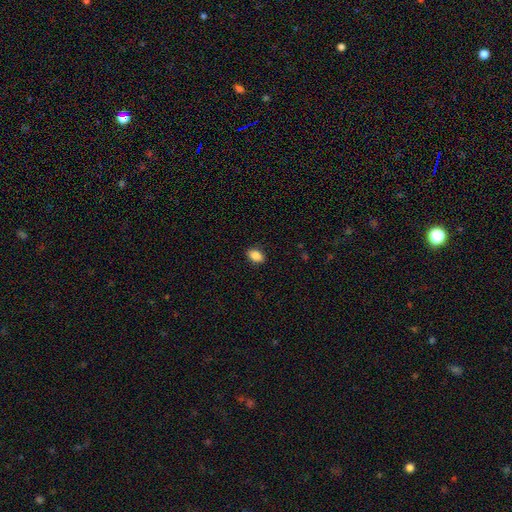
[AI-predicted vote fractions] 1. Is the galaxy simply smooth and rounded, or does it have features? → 86% smooth, 8% star or artifact, 6% featured or disk.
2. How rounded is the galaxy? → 86% in between, 12% round, 2% cigar-shaped.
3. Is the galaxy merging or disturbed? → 89% none, 8% minor disturbance, 2% major disturbance, 1% merger.